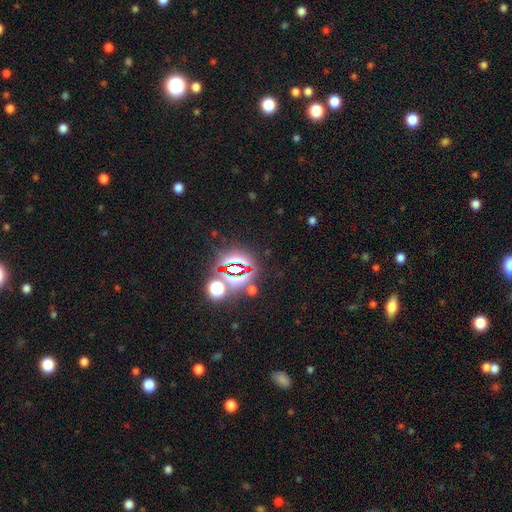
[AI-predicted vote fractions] This is clearly a star or artifact rather than a galaxy (80%).